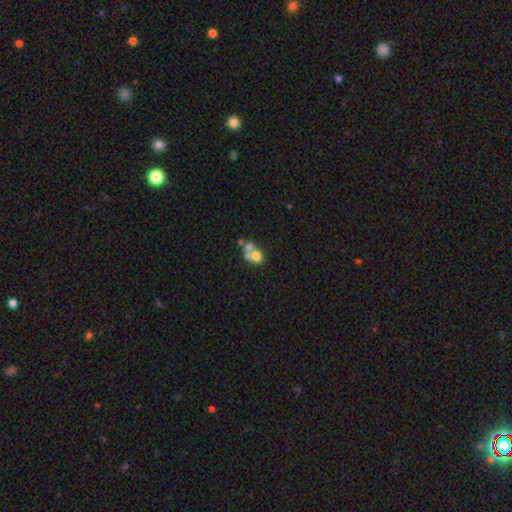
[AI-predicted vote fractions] A smooth galaxy with no disk features (62%) that is round (71%). Merging: merger (59%).